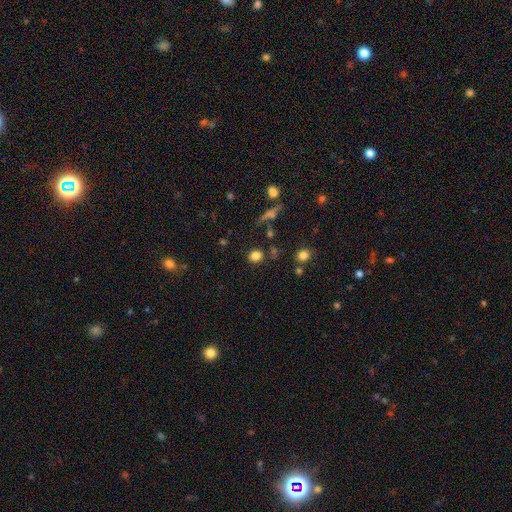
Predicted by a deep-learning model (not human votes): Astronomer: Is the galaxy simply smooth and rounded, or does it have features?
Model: smooth — 80%.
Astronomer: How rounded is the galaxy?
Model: round — 81%.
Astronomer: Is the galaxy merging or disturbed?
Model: none — 82%.